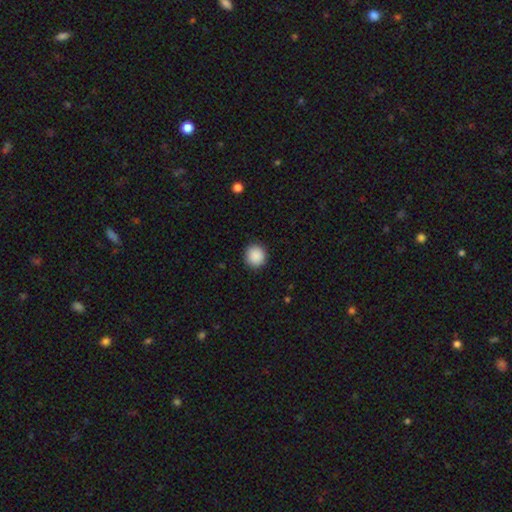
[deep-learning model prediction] Smooth or featured?
  - smooth: 90% *
  - star or artifact: 8%
  - featured or disk: 2%
How rounded?
  - round: 92% *
  - in between: 8%
  - cigar-shaped: 1%
Merging?
  - none: 92% *
  - minor disturbance: 5%
  - major disturbance: 2%
  - merger: 1%